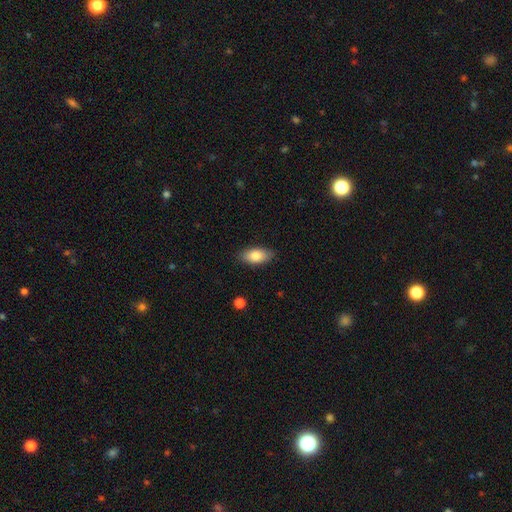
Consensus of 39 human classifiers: Overall: smooth (85%). How rounded: in between (82%). Merging: none (87%).